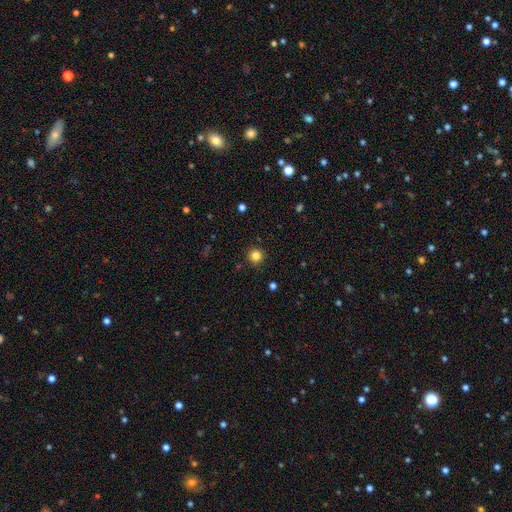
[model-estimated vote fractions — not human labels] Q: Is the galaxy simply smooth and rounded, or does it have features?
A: smooth — 83%.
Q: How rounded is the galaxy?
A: round — 95%.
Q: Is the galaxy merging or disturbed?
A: none — 91%.